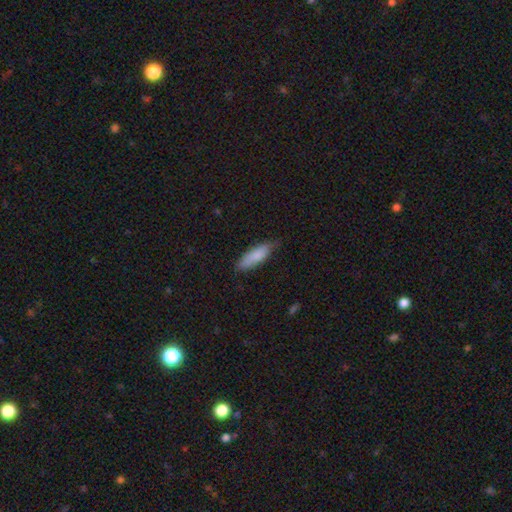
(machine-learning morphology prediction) Overall: smooth (83%). How rounded: in between (50%; cigar-shaped 48%). Merging: none (72%).